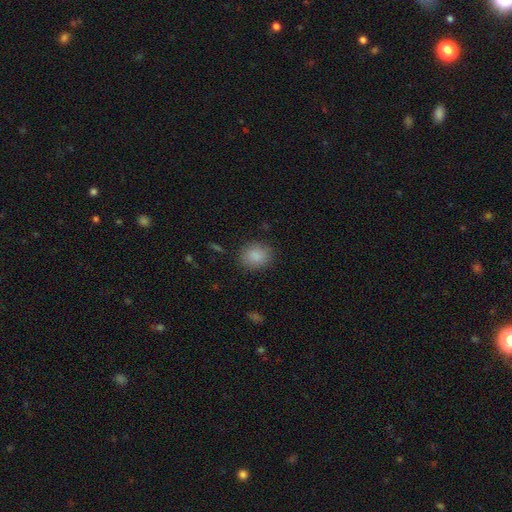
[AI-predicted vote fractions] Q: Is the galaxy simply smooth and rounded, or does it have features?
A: smooth — 87%.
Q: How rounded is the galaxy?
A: round — 64%.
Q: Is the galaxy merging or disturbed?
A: none — 85%.